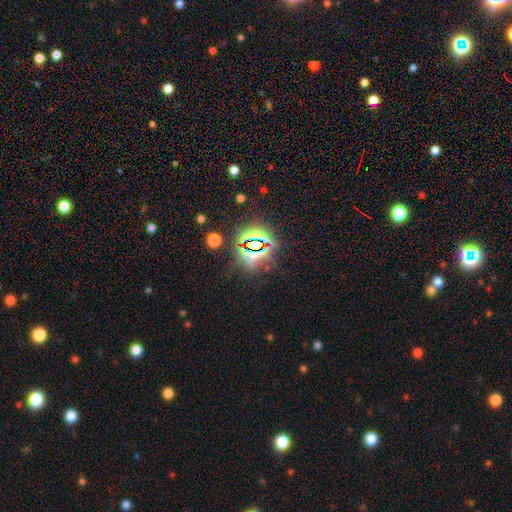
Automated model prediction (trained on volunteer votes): smooth_or_featured: star or artifact (p=0.82) [alt: smooth p=0.11]